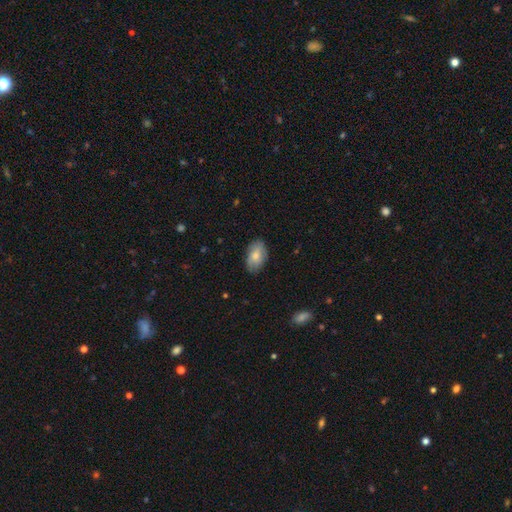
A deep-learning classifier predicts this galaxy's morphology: Smooth or featured? Predicted: smooth (p=0.73). How rounded? Predicted: in between (p=0.92). Merging? Predicted: none (p=0.80).